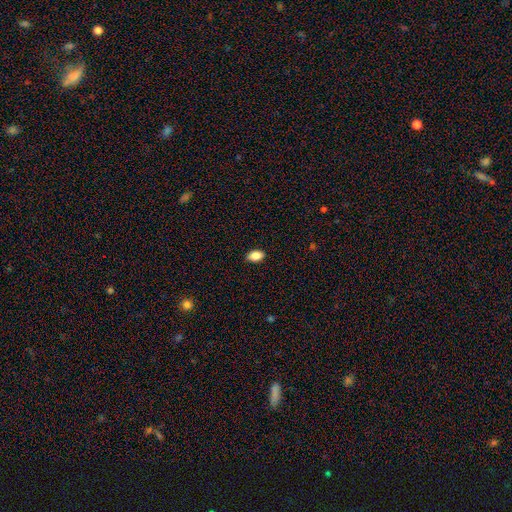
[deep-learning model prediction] Smooth or featured: smooth — 87% (star or artifact — 8%)
How rounded: in between — 91% (round — 7%)
Merging: none — 88% (minor disturbance — 9%)